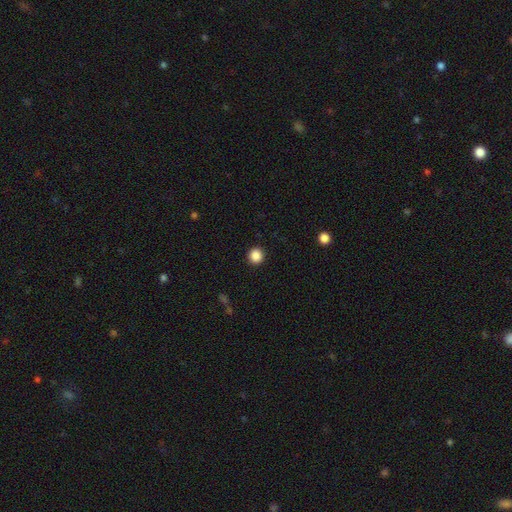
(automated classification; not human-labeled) Morphology: type=smooth (87%); roundness=round (94%); merging=none (93%).